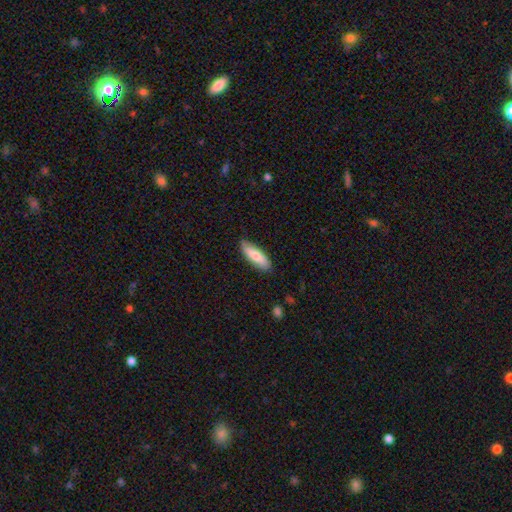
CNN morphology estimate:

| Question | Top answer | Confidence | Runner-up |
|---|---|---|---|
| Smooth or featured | smooth | 74% | featured or disk (21%) |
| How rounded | in between | 53% | cigar-shaped (45%) |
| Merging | none | 84% | minor disturbance (13%) |